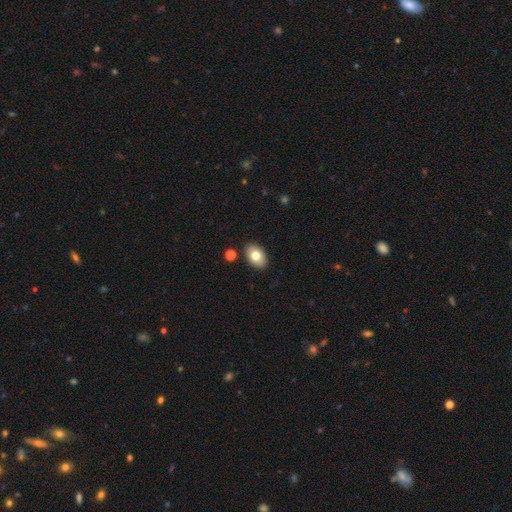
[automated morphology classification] Smooth or featured? Predicted: smooth (p=0.79). How rounded? Predicted: in between (p=0.88). Merging? Predicted: none (p=0.88).